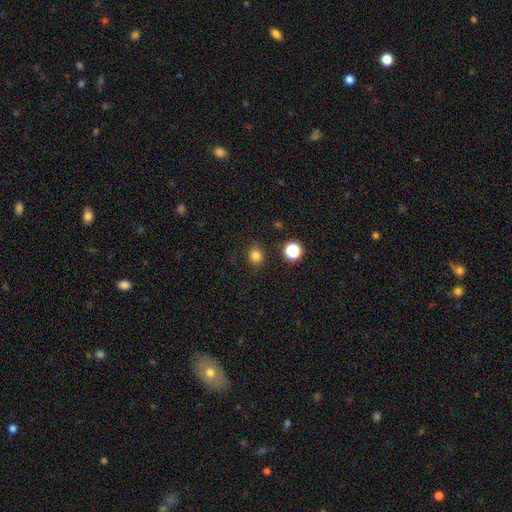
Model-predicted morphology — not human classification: A smooth galaxy with no disk features (81%) that is round (78%).

Vote fractions:
- Smooth or featured? smooth: 81% / star or artifact: 14% / featured or disk: 5%
- How rounded? round: 78% / in between: 21% / cigar-shaped: 1%
- Merging? none: 85% / minor disturbance: 10% / major disturbance: 3% / merger: 2%